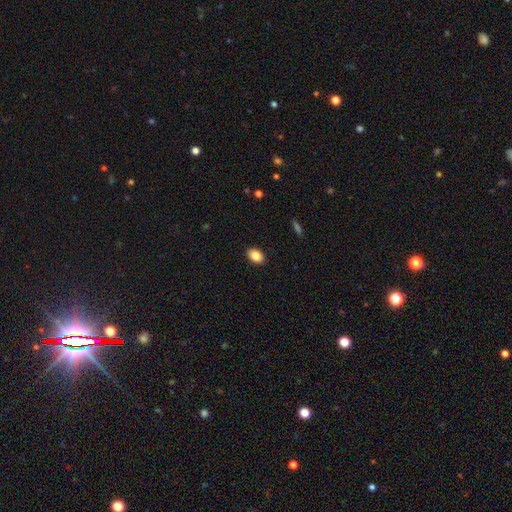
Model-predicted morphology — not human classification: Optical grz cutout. It shows a smooth galaxy with no disk features (86%) that is in between round and cigar-shaped (85%). Merging: none (90%).